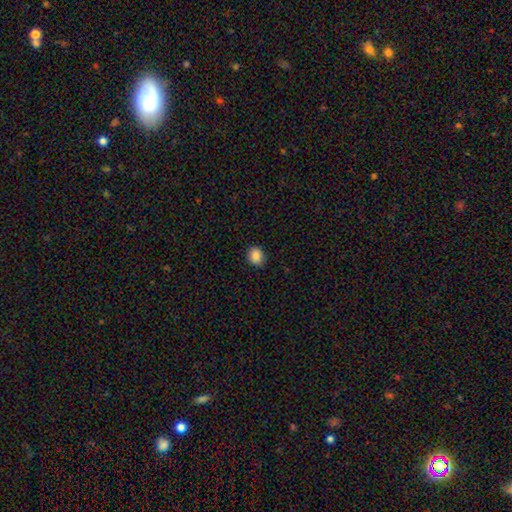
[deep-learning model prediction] Smooth or featured?
  - smooth: 86% *
  - star or artifact: 9%
  - featured or disk: 5%
How rounded?
  - round: 66% *
  - in between: 33%
  - cigar-shaped: 1%
Merging?
  - none: 89% *
  - minor disturbance: 8%
  - major disturbance: 2%
  - merger: 1%